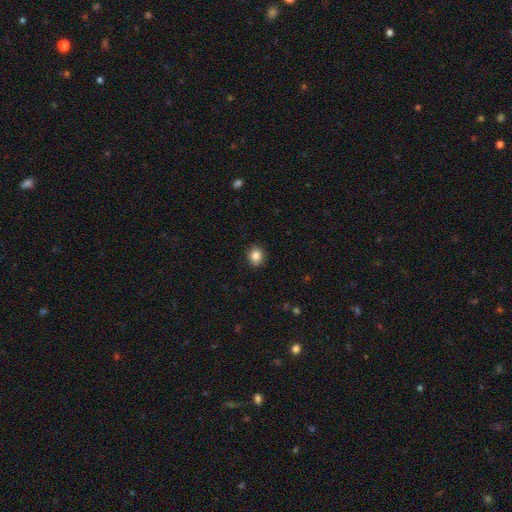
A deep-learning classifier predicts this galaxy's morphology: Smooth or featured?
  - smooth: 85% *
  - star or artifact: 10%
  - featured or disk: 6%
How rounded?
  - round: 69% *
  - in between: 30%
  - cigar-shaped: 1%
Merging?
  - none: 90% *
  - minor disturbance: 7%
  - major disturbance: 2%
  - merger: 1%